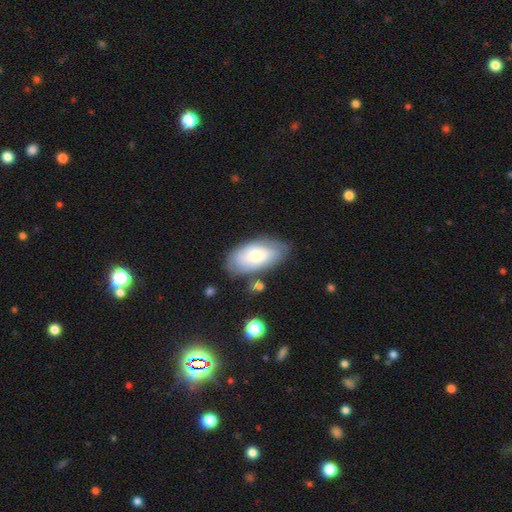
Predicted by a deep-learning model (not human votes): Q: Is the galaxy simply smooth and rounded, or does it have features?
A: smooth — 53%.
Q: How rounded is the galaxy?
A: in between — 92%.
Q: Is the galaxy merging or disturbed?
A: none — 72%.